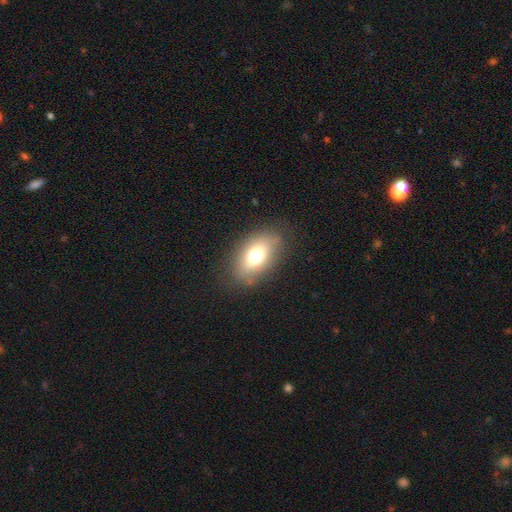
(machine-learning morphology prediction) smooth_or_featured: smooth (p=0.72) [alt: featured or disk p=0.18]
how_rounded: in between (p=0.88) [alt: round p=0.10]
merging: none (p=0.79) [alt: minor disturbance p=0.14]